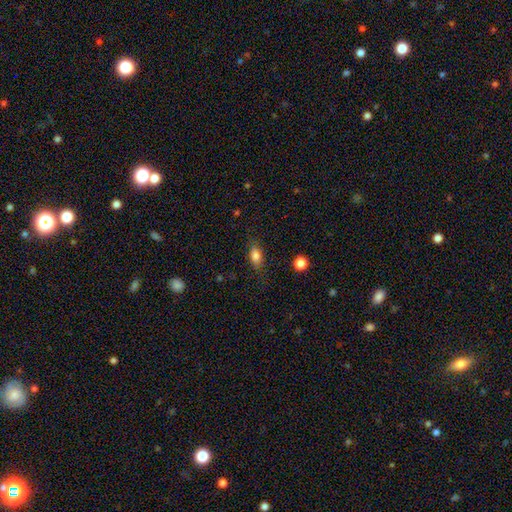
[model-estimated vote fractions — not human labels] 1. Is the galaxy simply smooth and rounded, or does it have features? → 79% smooth, 12% featured or disk, 9% star or artifact.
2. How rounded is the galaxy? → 80% in between, 12% cigar-shaped, 8% round.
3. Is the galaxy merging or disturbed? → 78% none, 15% minor disturbance, 5% major disturbance, 1% merger.